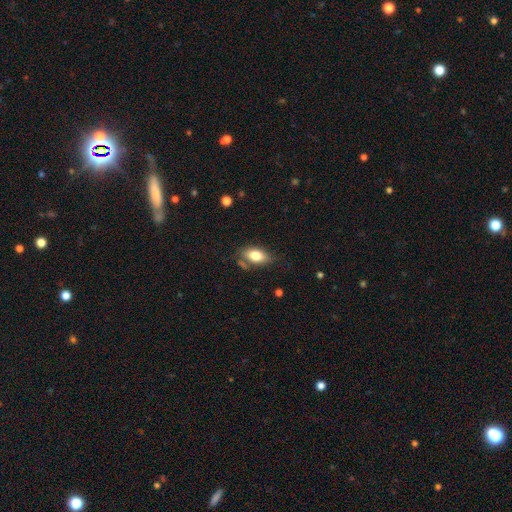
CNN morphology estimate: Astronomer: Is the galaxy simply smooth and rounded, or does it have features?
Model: smooth — 78%.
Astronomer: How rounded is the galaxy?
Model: in between — 88%.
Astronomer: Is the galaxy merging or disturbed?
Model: none — 67%.